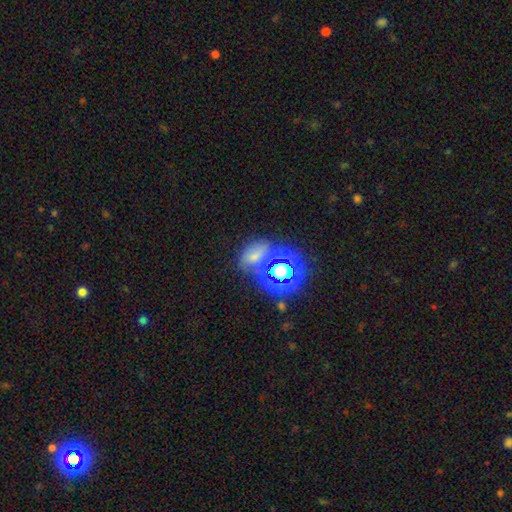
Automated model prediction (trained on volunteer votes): Smooth or featured? Predicted: smooth (p=0.44). Merging? Predicted: none (p=0.49).